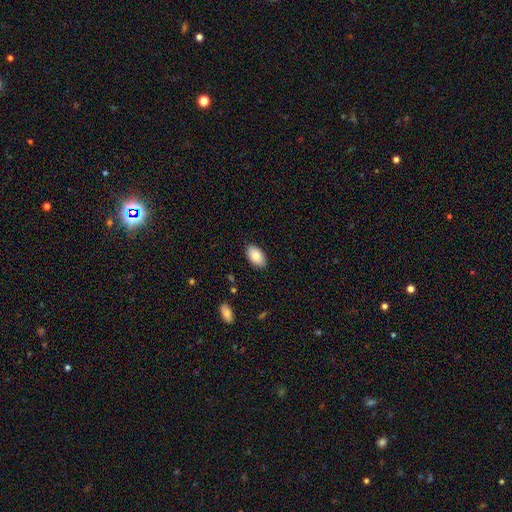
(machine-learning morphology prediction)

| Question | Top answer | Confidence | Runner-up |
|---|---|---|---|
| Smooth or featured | smooth | 80% | featured or disk (13%) |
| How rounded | in between | 94% | round (4%) |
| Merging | none | 87% | minor disturbance (10%) |